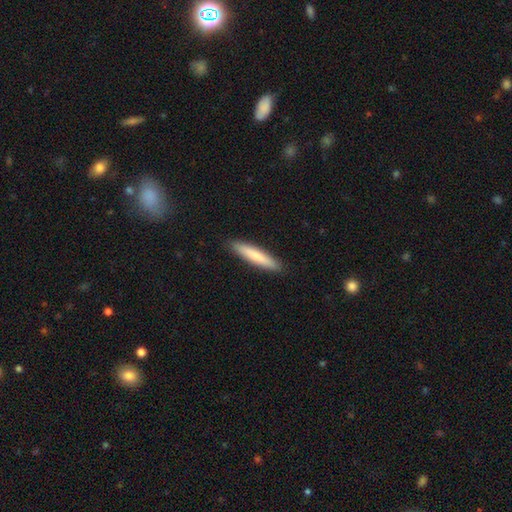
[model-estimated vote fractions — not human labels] Smooth or featured? smooth (78%)
How rounded? cigar-shaped (92%)
Merging? none (91%)